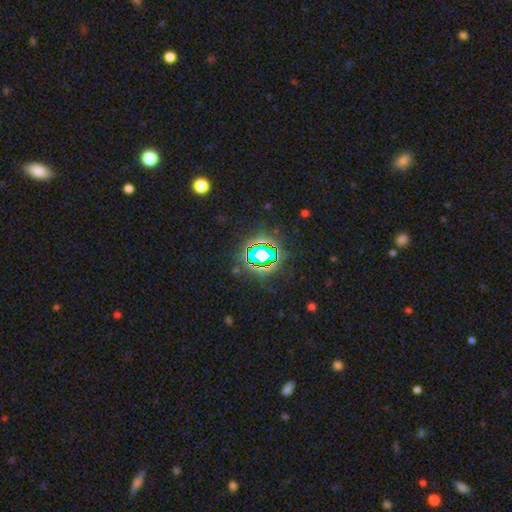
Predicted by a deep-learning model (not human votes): A star or artifact, not a galaxy (79%).

Vote fractions:
- Smooth or featured? star or artifact: 79% / smooth: 12% / featured or disk: 8%